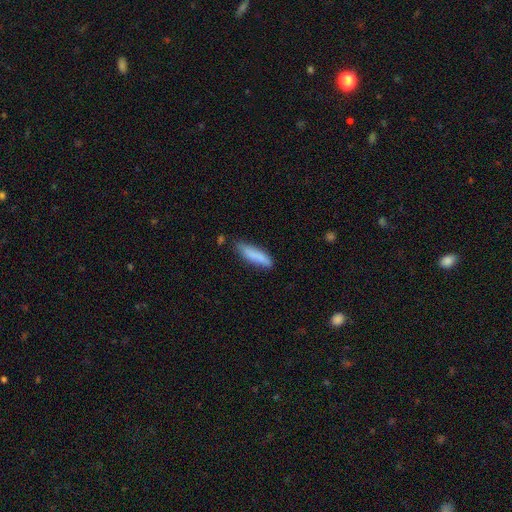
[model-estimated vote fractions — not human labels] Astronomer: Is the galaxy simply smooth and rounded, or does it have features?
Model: smooth — 84%.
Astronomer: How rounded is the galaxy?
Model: cigar-shaped — 70%.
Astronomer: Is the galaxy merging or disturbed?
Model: none — 70%.